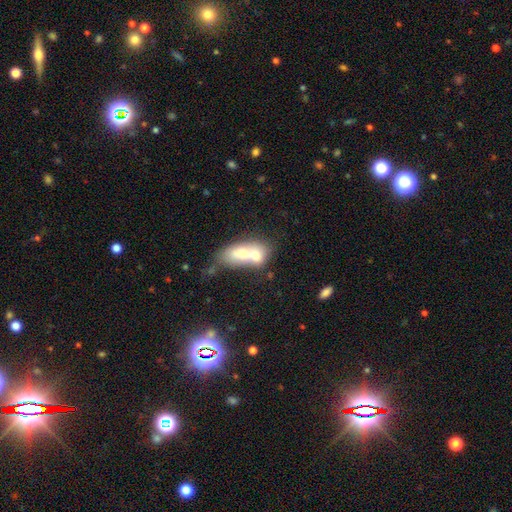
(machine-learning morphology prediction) Overall: smooth (62%; featured or disk 30%). How rounded: in between (72%). Merging: merger (74%).